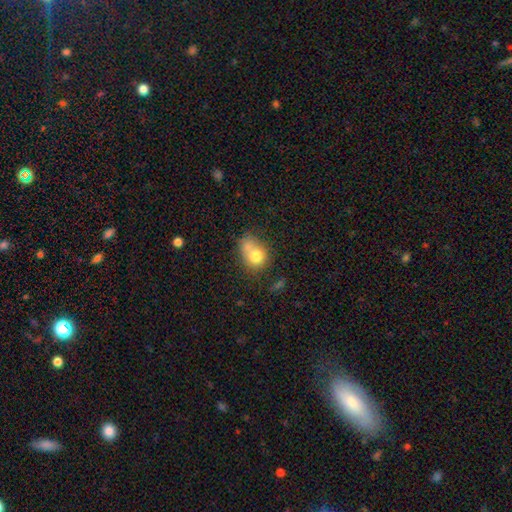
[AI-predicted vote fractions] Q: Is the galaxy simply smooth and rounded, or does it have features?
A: smooth — 74%.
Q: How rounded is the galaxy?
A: round — 57%.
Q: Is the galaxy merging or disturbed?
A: merger — 42%.